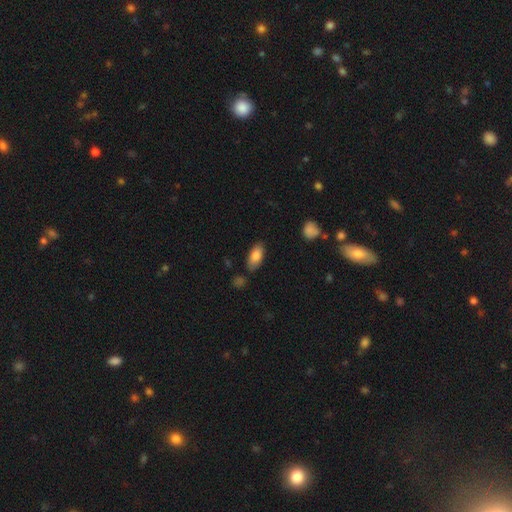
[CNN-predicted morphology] Smooth or featured? Predicted: smooth (p=0.82). How rounded? Predicted: in between (p=0.90). Merging? Predicted: none (p=0.80).